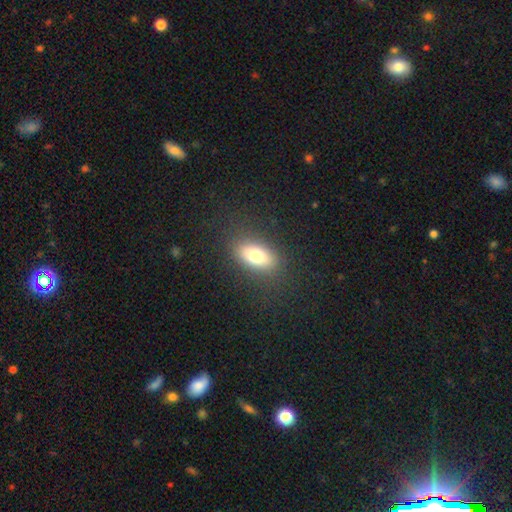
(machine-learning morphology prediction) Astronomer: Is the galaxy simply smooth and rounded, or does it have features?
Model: smooth — 75%.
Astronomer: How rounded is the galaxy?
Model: in between — 84%.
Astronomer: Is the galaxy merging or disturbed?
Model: none — 85%.